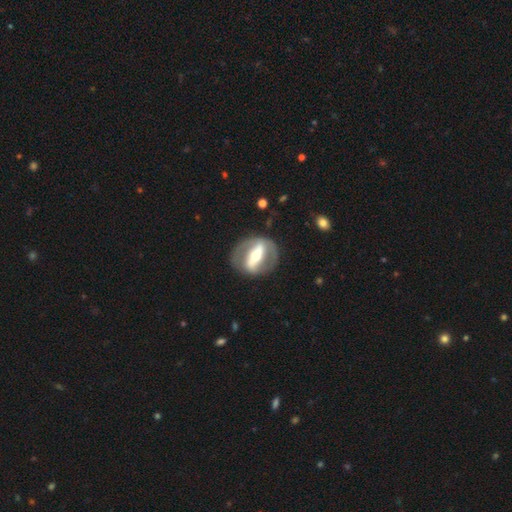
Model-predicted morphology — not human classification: A featured or disk galaxy (79%) with a strong bar (81%), no spiral arms (55%) and a moderate central bulge (60%). Merging: none (80%).